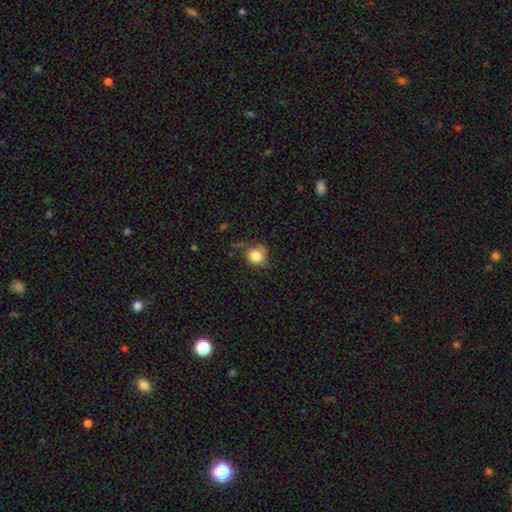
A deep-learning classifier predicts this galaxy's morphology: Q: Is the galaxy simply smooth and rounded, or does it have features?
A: smooth — 81%.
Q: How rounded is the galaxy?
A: round — 84%.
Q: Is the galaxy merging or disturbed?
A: none — 62%.